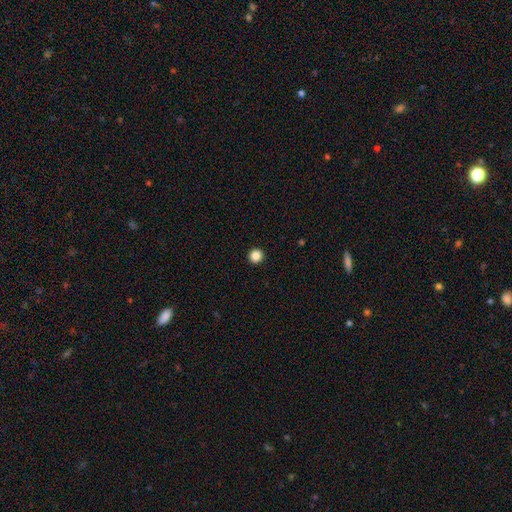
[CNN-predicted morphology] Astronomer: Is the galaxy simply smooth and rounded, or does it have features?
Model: smooth — 86%.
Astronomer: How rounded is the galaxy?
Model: round — 95%.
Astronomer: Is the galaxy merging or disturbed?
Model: none — 94%.